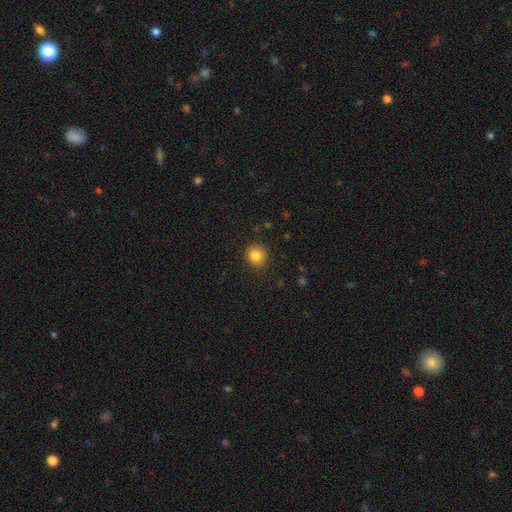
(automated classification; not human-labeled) This appears to be a smooth galaxy with no disk features (83%) that is round (89%). Merging: none (89%).